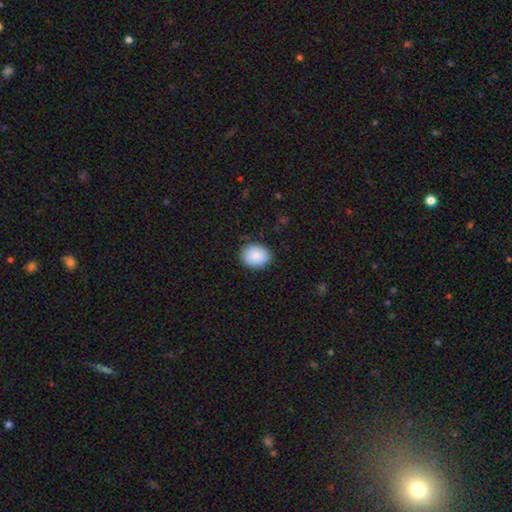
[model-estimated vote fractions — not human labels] Smooth or featured?
  - smooth: 88% *
  - star or artifact: 7%
  - featured or disk: 5%
How rounded?
  - round: 51% *
  - in between: 48%
  - cigar-shaped: 1%
Merging?
  - none: 86% *
  - minor disturbance: 10%
  - major disturbance: 2%
  - merger: 1%